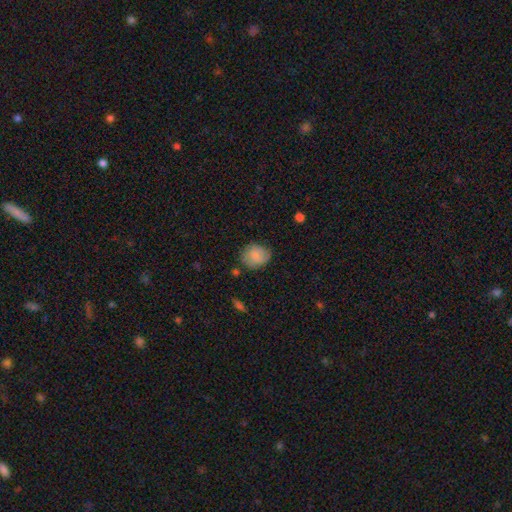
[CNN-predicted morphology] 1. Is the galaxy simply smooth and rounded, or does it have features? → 76% smooth, 16% featured or disk, 8% star or artifact.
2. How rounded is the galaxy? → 61% round, 38% in between, 1% cigar-shaped.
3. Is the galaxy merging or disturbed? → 65% none, 25% minor disturbance, 7% major disturbance, 2% merger.